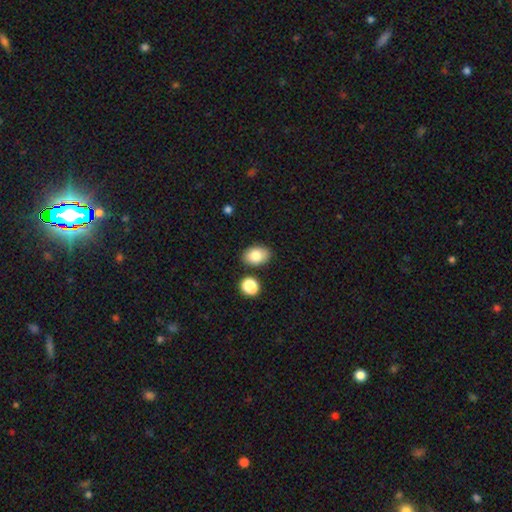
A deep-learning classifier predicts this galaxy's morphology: smooth_or_featured: smooth (p=0.82) [alt: featured or disk p=0.10]
how_rounded: in between (p=0.83) [alt: round p=0.16]
merging: none (p=0.82) [alt: minor disturbance p=0.10]